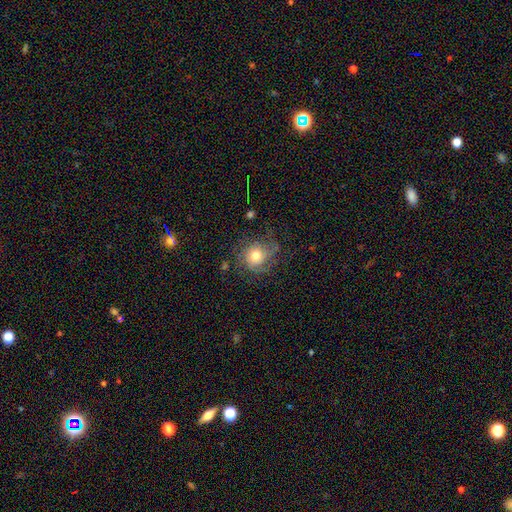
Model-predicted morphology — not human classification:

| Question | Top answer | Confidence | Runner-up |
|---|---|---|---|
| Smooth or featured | smooth | 47% | featured or disk (42%) |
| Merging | none | 63% | minor disturbance (21%) |